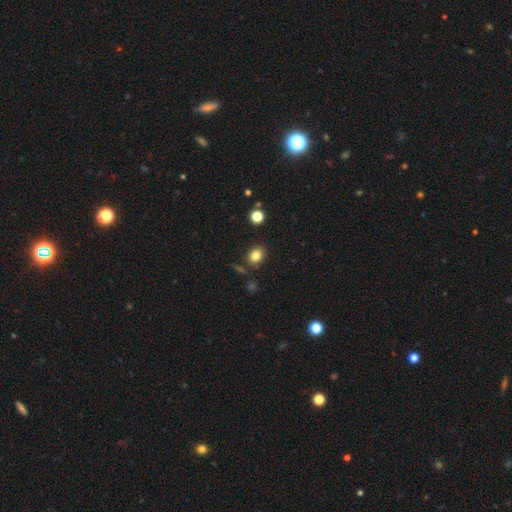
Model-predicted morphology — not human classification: smooth-or-featured: smooth: 82% | star or artifact: 12% | featured or disk: 7%
  how-rounded: round: 50% | in between: 49% | cigar-shaped: 1%
  merging: none: 82% | minor disturbance: 11% | merger: 4% | major disturbance: 3%